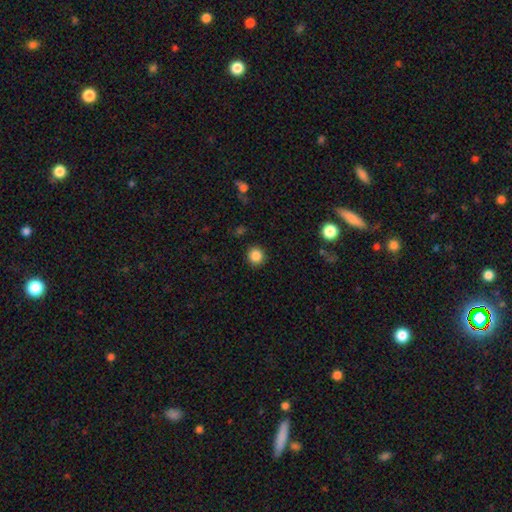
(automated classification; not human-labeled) smooth_or_featured: smooth (p=0.86) [alt: star or artifact p=0.10]
how_rounded: round (p=0.92) [alt: in between p=0.07]
merging: none (p=0.91) [alt: minor disturbance p=0.06]